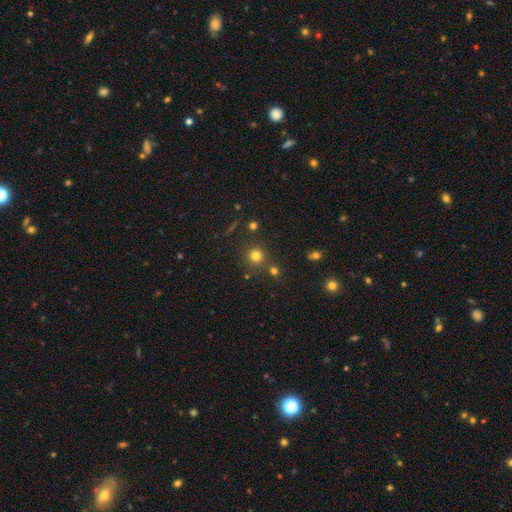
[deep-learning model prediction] smooth-or-featured: smooth: 75% | star or artifact: 19% | featured or disk: 7%
  how-rounded: round: 93% | in between: 6% | cigar-shaped: 1%
  merging: none: 81% | merger: 9% | minor disturbance: 7% | major disturbance: 3%